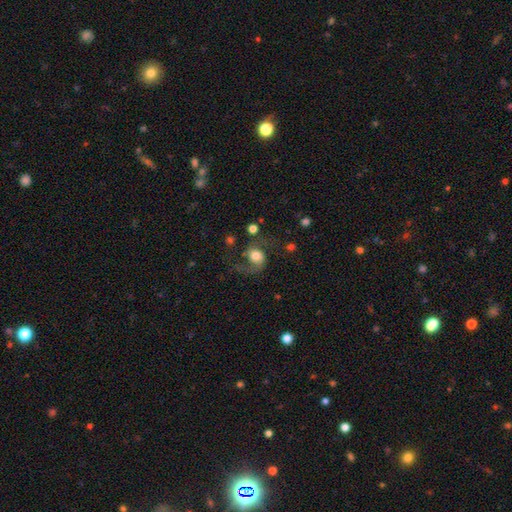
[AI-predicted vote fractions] Smooth or featured? featured or disk (54%)
Edge-on disk? no (97%)
Bar? no (65%)
Spiral arms? yes (89%)
Bulge size? moderate (47%)
Merging? none (51%)